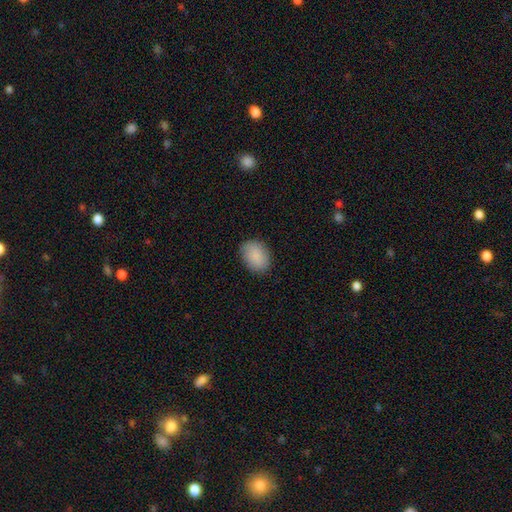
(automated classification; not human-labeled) The model was most divided on "how rounded": in between: 73%, round: 26%, cigar-shaped: 1%. More confident: smooth or featured — smooth (89%); merging — none (86%).